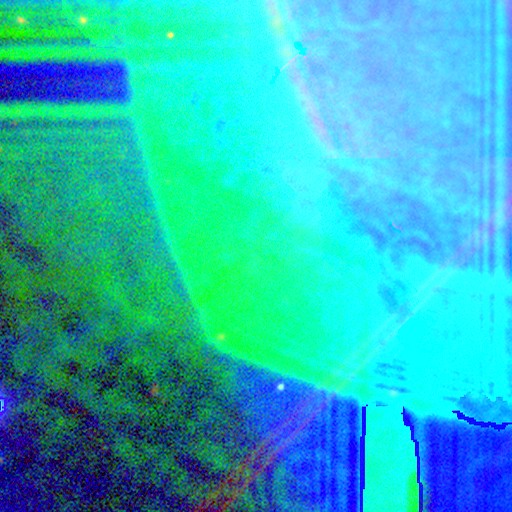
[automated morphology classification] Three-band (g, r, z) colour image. It shows a star or artifact, not a galaxy (86%).